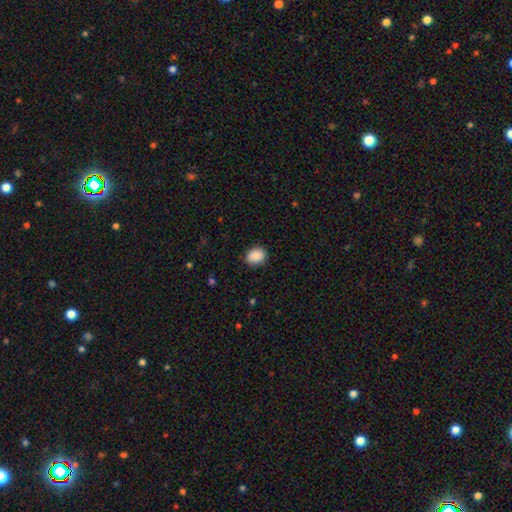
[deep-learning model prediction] smooth_or_featured: smooth (p=0.89) [alt: star or artifact p=0.08]
how_rounded: in between (p=0.60) [alt: round p=0.39]
merging: none (p=0.86) [alt: minor disturbance p=0.10]